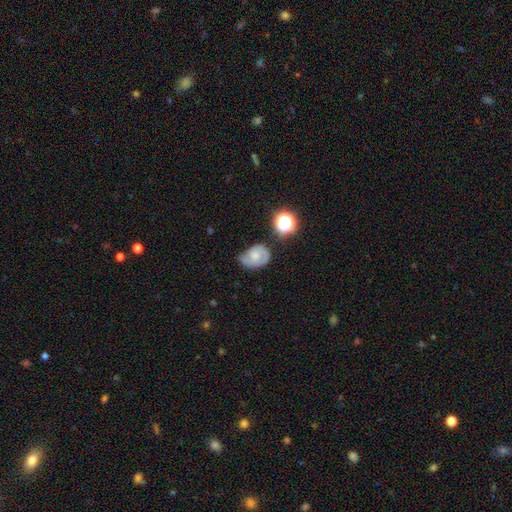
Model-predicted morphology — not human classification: Smooth or featured: featured or disk — 50% (smooth — 40%)
Merging: none — 46% (minor disturbance — 36%)